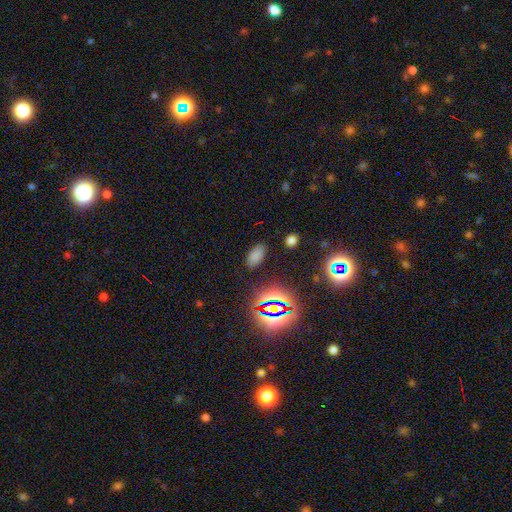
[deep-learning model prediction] This appears to be a smooth galaxy with no disk features (71%) that is in between round and cigar-shaped (92%). Merging: none (85%).